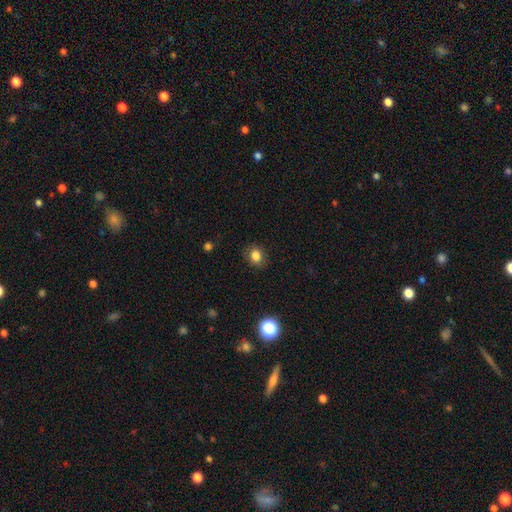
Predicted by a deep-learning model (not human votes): Smooth or featured? smooth (82%)
How rounded? round (54%)
Merging? none (84%)